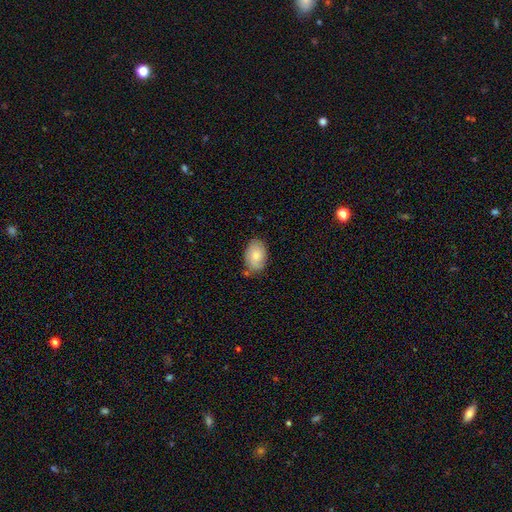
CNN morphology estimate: Smooth or featured? smooth (76%)
How rounded? in between (88%)
Merging? none (74%)